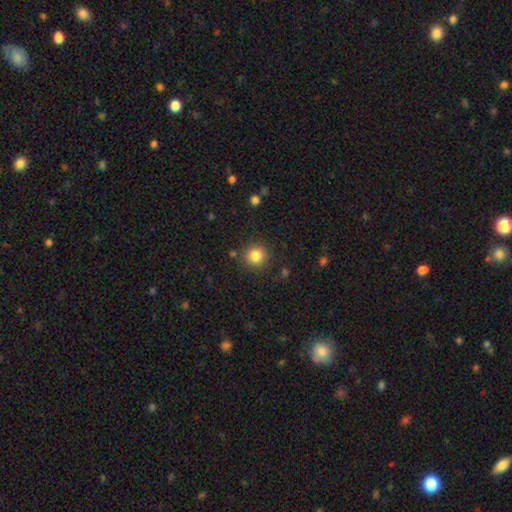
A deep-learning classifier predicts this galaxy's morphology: smooth_or_featured: smooth (p=0.84) [alt: star or artifact p=0.11]
how_rounded: round (p=0.93) [alt: in between p=0.06]
merging: none (p=0.87) [alt: minor disturbance p=0.07]